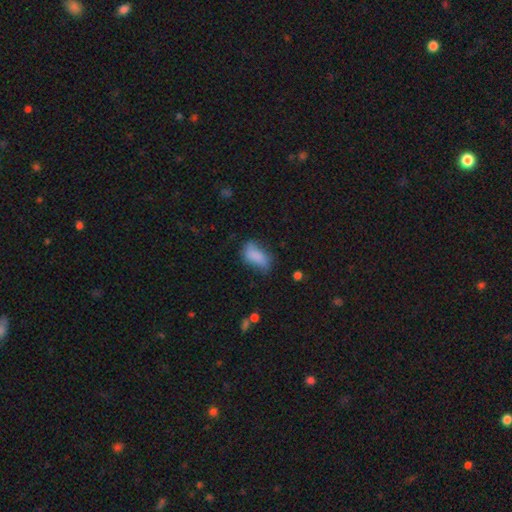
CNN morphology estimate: smooth_or_featured: smooth (p=0.79) [alt: featured or disk p=0.13]
how_rounded: in between (p=0.89) [alt: cigar-shaped p=0.06]
merging: none (p=0.48) [alt: minor disturbance p=0.33]